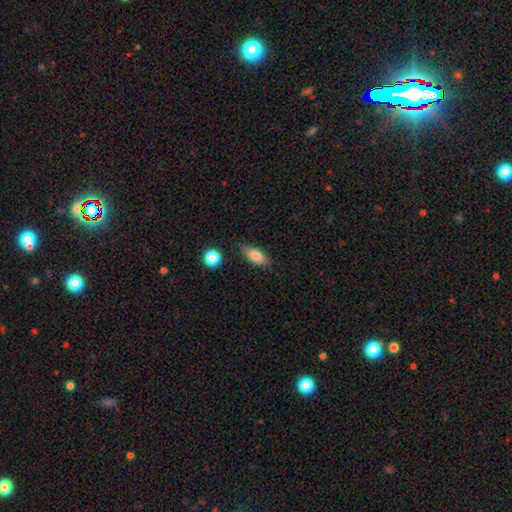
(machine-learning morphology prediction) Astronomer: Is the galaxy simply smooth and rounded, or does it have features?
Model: smooth — 81%.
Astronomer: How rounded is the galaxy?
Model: in between — 81%.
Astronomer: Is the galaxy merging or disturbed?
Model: none — 77%.